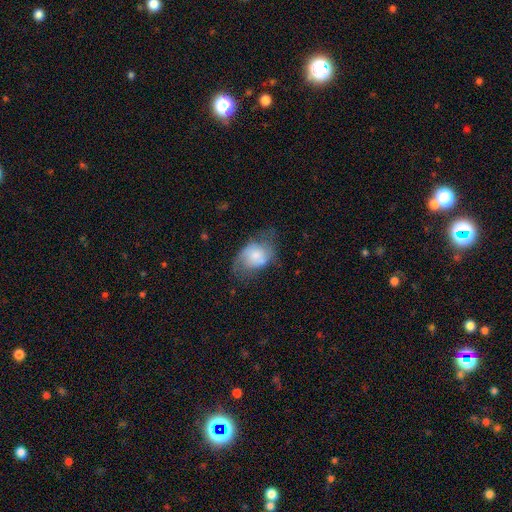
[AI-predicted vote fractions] The model was most divided on "merging": none: 41%, minor disturbance: 32%, major disturbance: 25%, merger: 2%. More confident: how rounded — in between (70%); smooth or featured — smooth (51%).